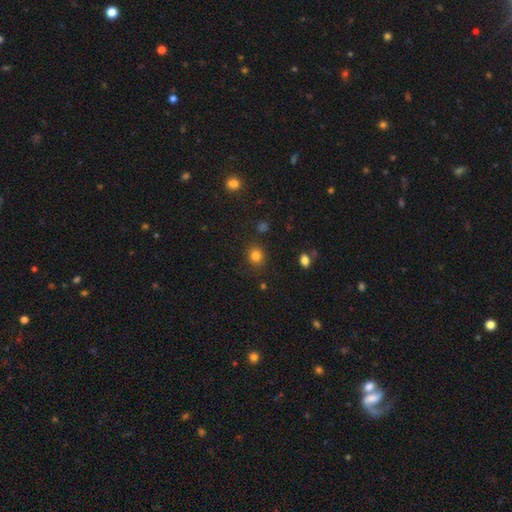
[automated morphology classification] Smooth or featured? smooth (82%)
How rounded? round (81%)
Merging? none (85%)